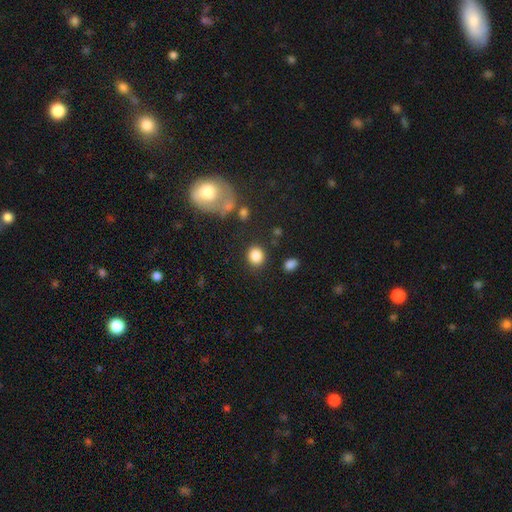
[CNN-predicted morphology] smooth 86%, star or artifact 9%, featured or disk 5%. Down the decision tree: how rounded — round (71%); merging — none (83%).